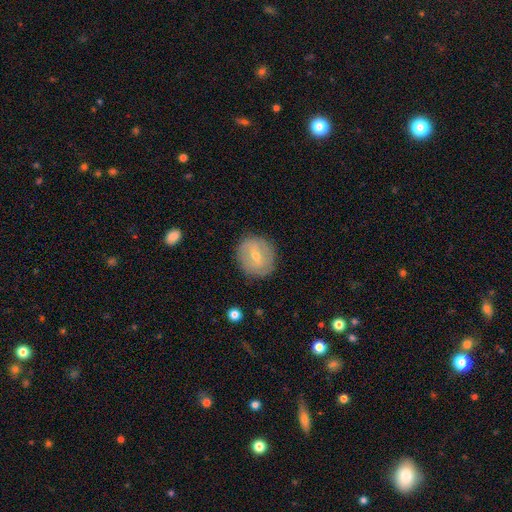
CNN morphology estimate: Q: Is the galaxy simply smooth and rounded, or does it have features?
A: smooth — 52%.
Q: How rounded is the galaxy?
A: round — 81%.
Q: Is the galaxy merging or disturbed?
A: none — 82%.